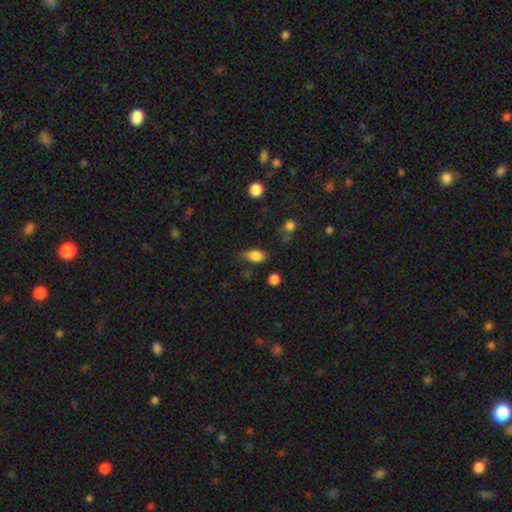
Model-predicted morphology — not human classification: This is clearly a smooth galaxy (82%). How rounded: clearly in between (82%). Merging: possibly none (54%).